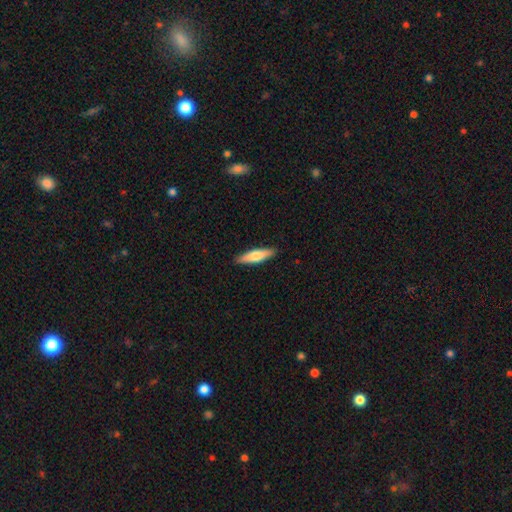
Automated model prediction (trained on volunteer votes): smooth-or-featured: smooth: 65% | featured or disk: 30% | star or artifact: 5%
  how-rounded: cigar-shaped: 70% | in between: 29% | round: 2%
  merging: none: 90% | minor disturbance: 8% | major disturbance: 2% | merger: 1%